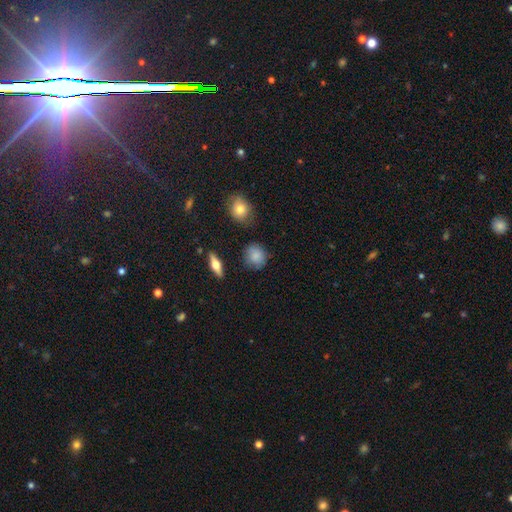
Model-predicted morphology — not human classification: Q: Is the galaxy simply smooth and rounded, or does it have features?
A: smooth — 81%.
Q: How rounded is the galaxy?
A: round — 76%.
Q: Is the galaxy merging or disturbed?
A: none — 75%.